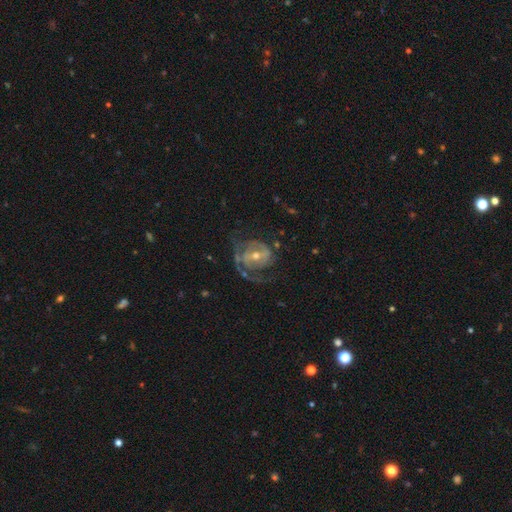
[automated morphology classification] A featured or disk galaxy (83%) with a weak bar (43%), 2 (51%) medium (42%) spiral arms (87%) and a moderate central bulge (55%).

Vote fractions:
- Smooth or featured? featured or disk: 83% / smooth: 11% / star or artifact: 6%
- Edge-on disk? no: 97% / yes: 3%
- Bar? weak: 43% / no: 35% / strong: 22%
- Spiral arms? yes: 87% / no: 13%
- Spiral winding? medium: 42% / tight: 35% / loose: 23%
- Spiral arm count? 2: 51% / can't tell: 18% / 1: 15% / 3: 10% / 4: 3% / more than 4: 3%
- Bulge size? moderate: 55% / small: 41% / large: 3% / none: 1% / dominant: 1%
- Merging? none: 50% / major disturbance: 28% / minor disturbance: 20% / merger: 3%